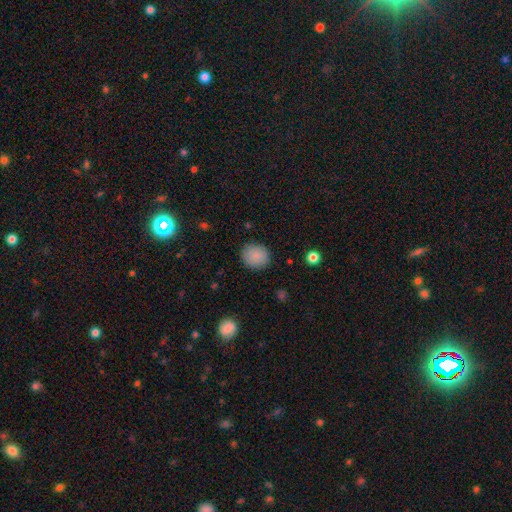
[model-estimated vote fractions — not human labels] Q: Smooth or featured?
A: smooth (88%); runner-up: star or artifact (8%)
Q: How rounded?
A: round (81%); runner-up: in between (19%)
Q: Merging?
A: none (88%); runner-up: minor disturbance (9%)